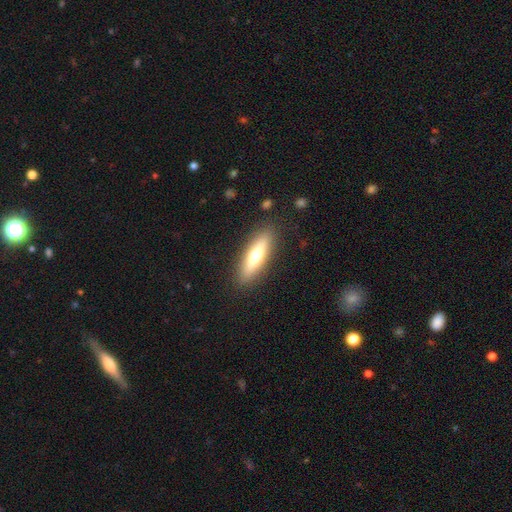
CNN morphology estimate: Smooth or featured? Predicted: smooth (p=0.59). How rounded? Predicted: cigar-shaped (p=0.63). Merging? Predicted: none (p=0.87).